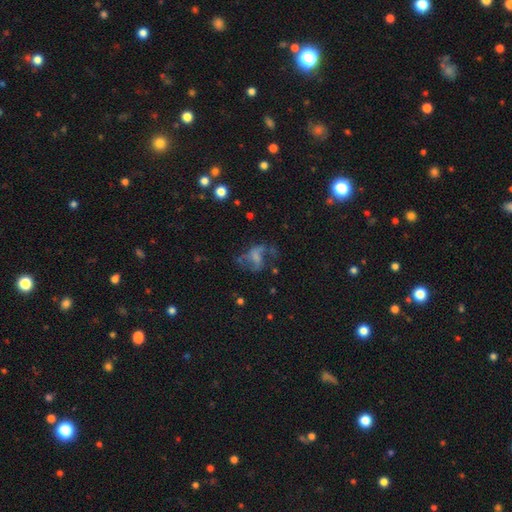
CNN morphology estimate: Overall: featured or disk (55%; smooth 28%). Edge-on disk: no (97%). Bar: no (54%; weak 34%). Spiral arms: yes (57%; no 43%). Bulge size: none (52%; small 23%). Merging: major disturbance (41%; none 35%).